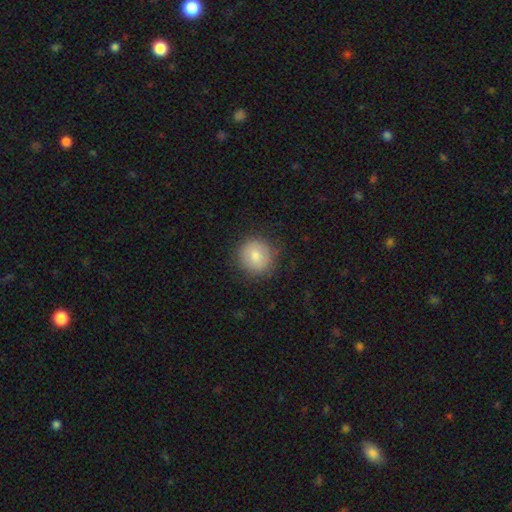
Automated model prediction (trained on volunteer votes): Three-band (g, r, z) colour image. It shows a smooth galaxy with no disk features (79%) that is round (91%). Merging: none (83%).